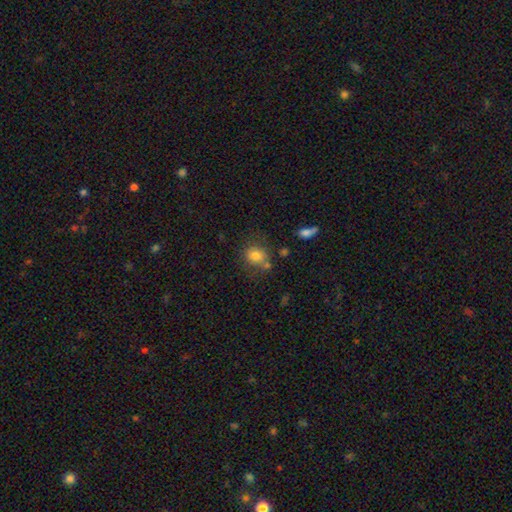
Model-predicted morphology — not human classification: smooth 79%, star or artifact 11%, featured or disk 10%. Down the decision tree: how rounded — round (73%); merging — none (66%).